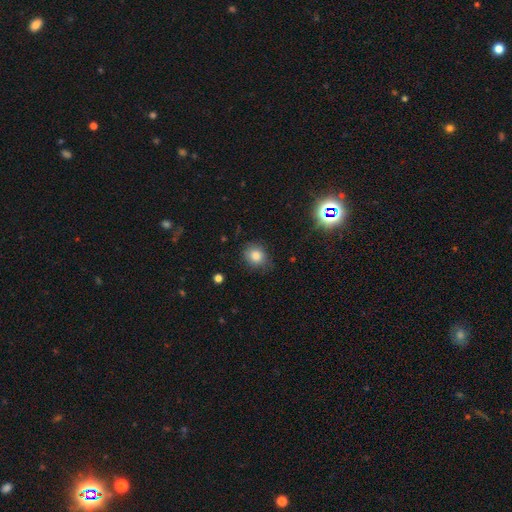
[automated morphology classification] Smooth or featured: smooth — 81% (star or artifact — 12%)
How rounded: round — 73% (in between — 26%)
Merging: none — 76% (minor disturbance — 19%)